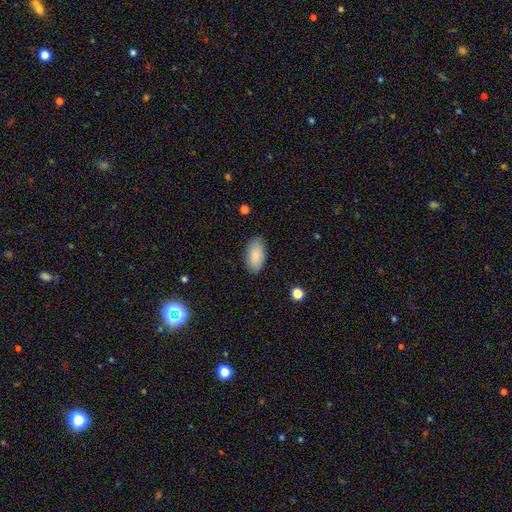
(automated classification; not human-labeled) Smooth or featured?
  - smooth: 86% *
  - featured or disk: 8%
  - star or artifact: 6%
How rounded?
  - in between: 94% *
  - round: 3%
  - cigar-shaped: 2%
Merging?
  - none: 85% *
  - minor disturbance: 11%
  - major disturbance: 3%
  - merger: 1%